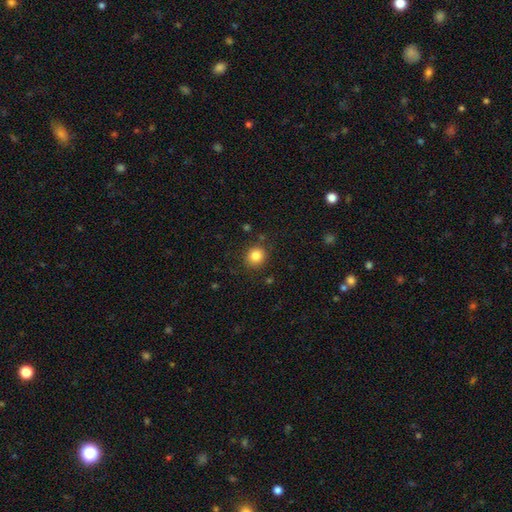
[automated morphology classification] smooth-or-featured: smooth: 83% | star or artifact: 11% | featured or disk: 6%
  how-rounded: round: 87% | in between: 12% | cigar-shaped: 1%
  merging: none: 87% | minor disturbance: 8% | major disturbance: 3% | merger: 2%